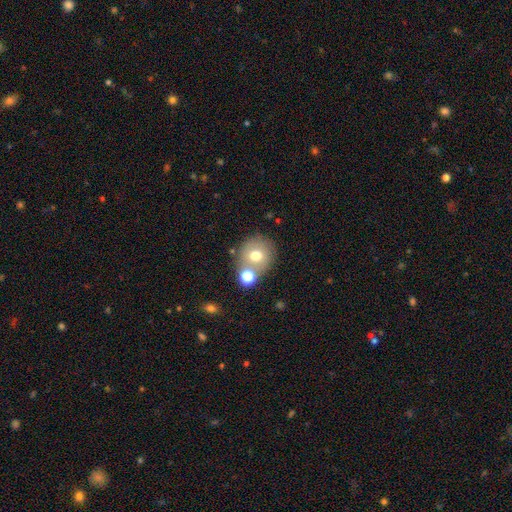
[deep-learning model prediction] Smooth or featured? smooth (68%)
How rounded? round (82%)
Merging? none (62%)